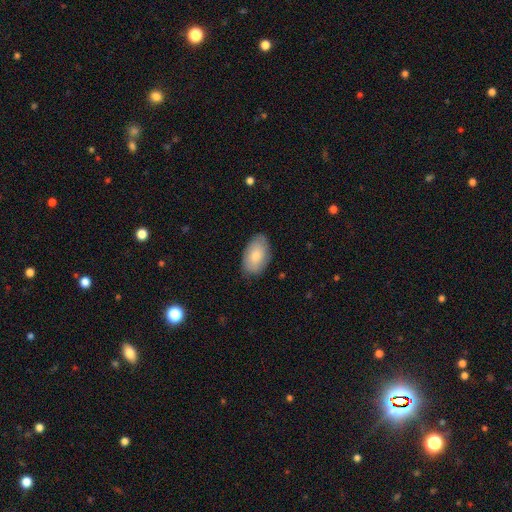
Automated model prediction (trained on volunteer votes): Smooth or featured? Predicted: smooth (p=0.79). How rounded? Predicted: in between (p=0.93). Merging? Predicted: none (p=0.81).